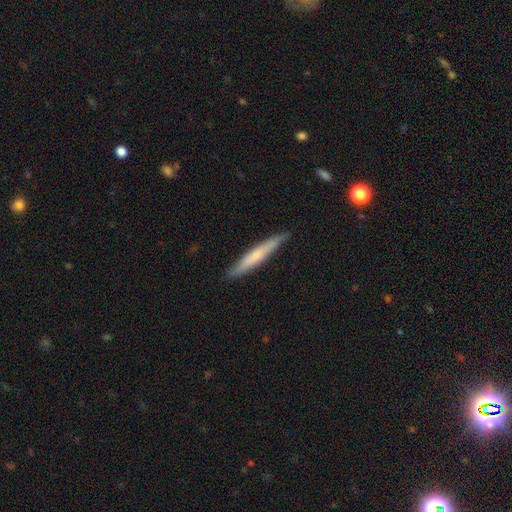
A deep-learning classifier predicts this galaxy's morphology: Smooth or featured? smooth (58%)
How rounded? cigar-shaped (95%)
Merging? none (88%)